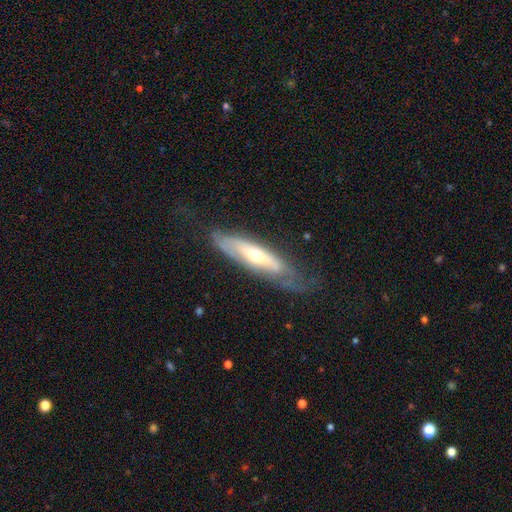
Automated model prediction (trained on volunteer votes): The model was most divided on "edge-on disk": no: 55%, yes: 45%. More confident: smooth or featured — featured or disk (61%); merging — none (58%).